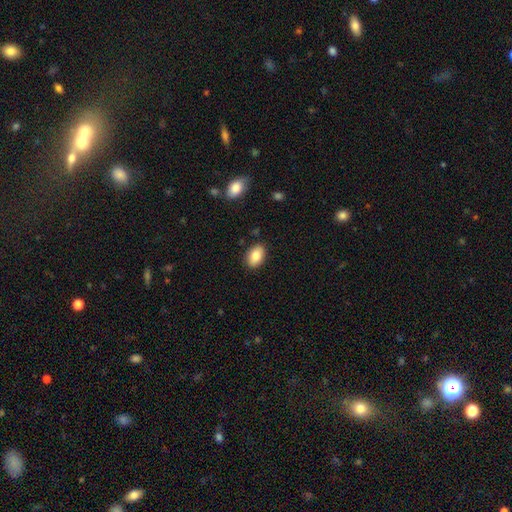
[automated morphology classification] type=smooth (85%); roundness=in between (88%); merging=none (87%).